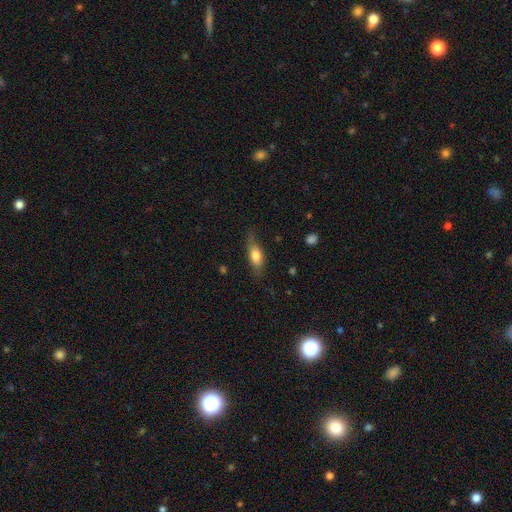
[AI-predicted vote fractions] This is likely a smooth galaxy (72%). How rounded: likely in between (72%). Merging: likely none (69%).